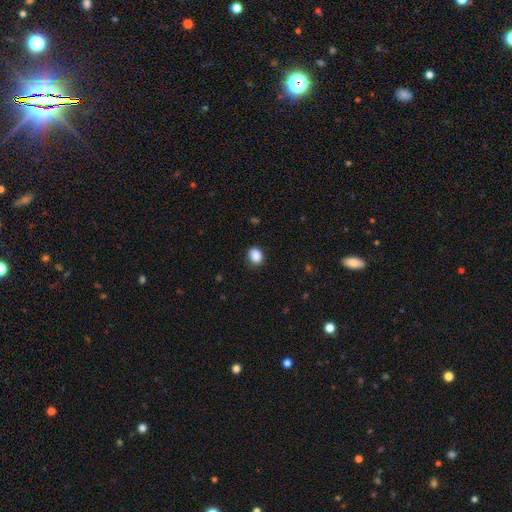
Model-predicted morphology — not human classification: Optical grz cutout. It shows a smooth galaxy with no disk features (88%) that is in between round and cigar-shaped (52%). Merging: none (81%).